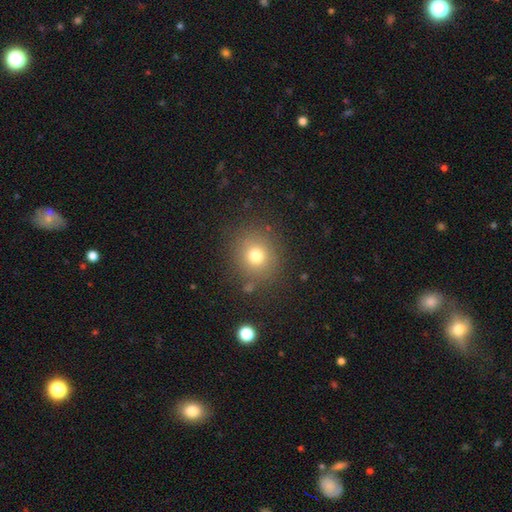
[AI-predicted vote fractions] Q: Smooth or featured?
A: smooth (74%); runner-up: star or artifact (15%)
Q: How rounded?
A: round (83%); runner-up: in between (16%)
Q: Merging?
A: none (83%); runner-up: minor disturbance (10%)